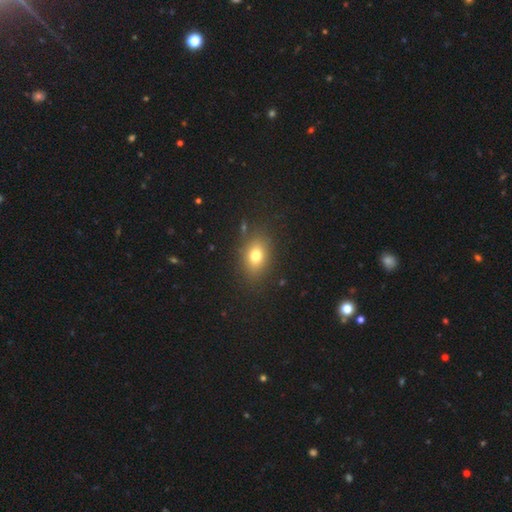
Smooth or featured: smooth — 78% (featured or disk — 15%)
How rounded: in between — 68% (round — 32%)
Merging: none — 81% (minor disturbance — 14%)